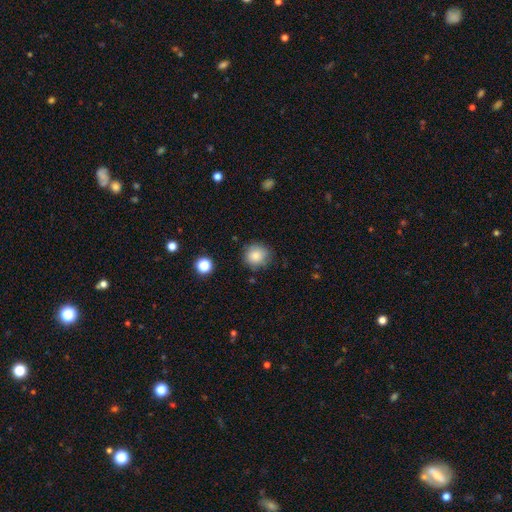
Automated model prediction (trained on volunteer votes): Smooth or featured? smooth (84%)
How rounded? round (88%)
Merging? none (81%)